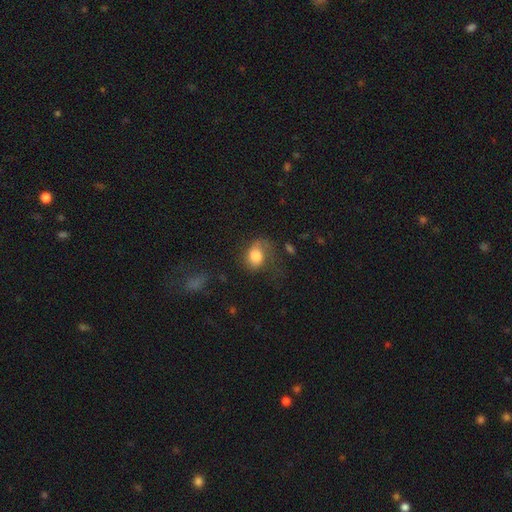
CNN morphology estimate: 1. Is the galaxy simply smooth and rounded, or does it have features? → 66% smooth, 25% featured or disk, 9% star or artifact.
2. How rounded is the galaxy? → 60% in between, 39% round, 1% cigar-shaped.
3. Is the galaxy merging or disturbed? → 37% none, 35% major disturbance, 25% minor disturbance, 3% merger.